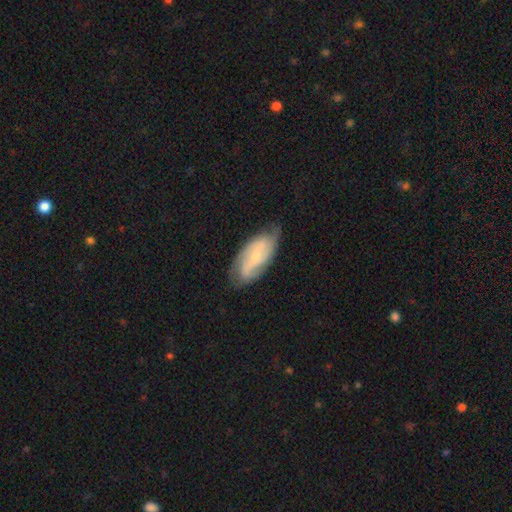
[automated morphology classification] smooth_or_featured: featured or disk (p=0.71) [alt: smooth p=0.23]
disk_edge_on: no (p=0.93) [alt: yes p=0.07]
bar: no (p=0.60) [alt: weak p=0.31]
has_spiral_arms: yes (p=0.92) [alt: no p=0.08]
spiral_winding: medium (p=0.44) [alt: tight p=0.39]
spiral_arm_count: 2 (p=0.54) [alt: can't tell p=0.20]
bulge_size: small (p=0.71) [alt: moderate p=0.21]
merging: none (p=0.70) [alt: minor disturbance p=0.23]